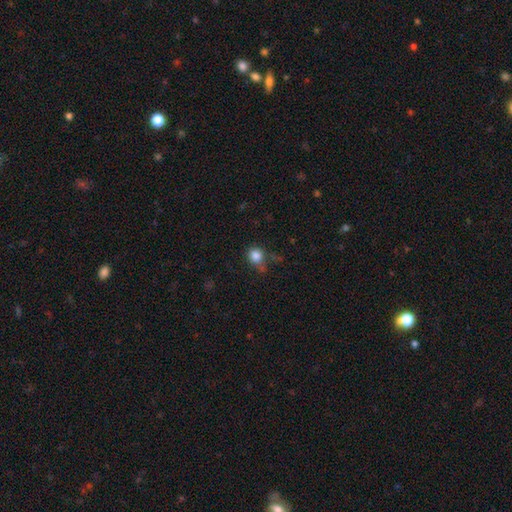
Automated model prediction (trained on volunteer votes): The model was most divided on "merging": none: 58%, minor disturbance: 25%, major disturbance: 9%, merger: 8%. More confident: smooth or featured — smooth (84%); how rounded — round (80%).